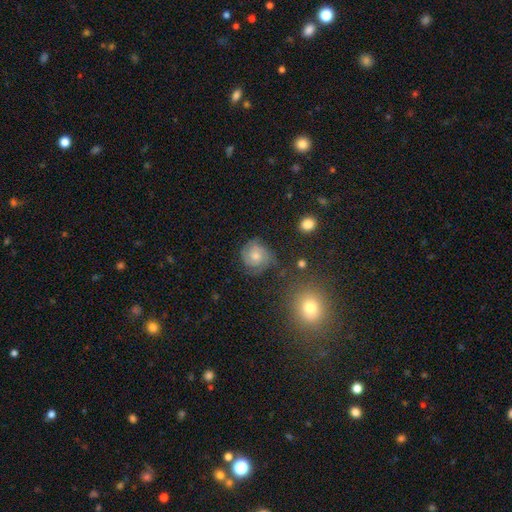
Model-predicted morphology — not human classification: Smooth or featured: featured or disk — 75% (smooth — 18%)
Edge-on disk: no — 98% (yes — 2%)
Bar: no — 70% (weak — 26%)
Spiral arms: yes — 96% (no — 4%)
Spiral winding: tight — 64% (medium — 30%)
Spiral arm count: 2 — 51% (3 — 25%)
Bulge size: moderate — 48% (small — 44%)
Merging: none — 74% (minor disturbance — 17%)